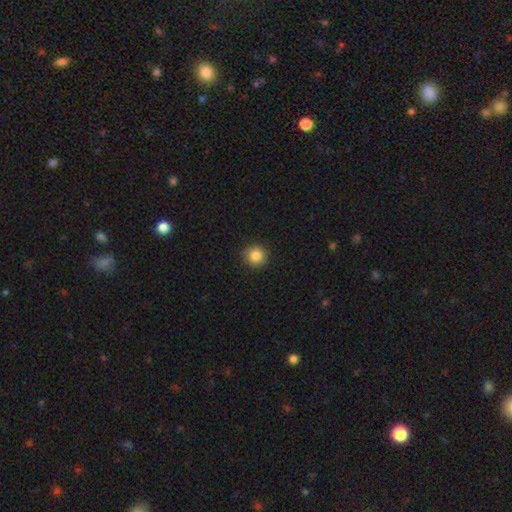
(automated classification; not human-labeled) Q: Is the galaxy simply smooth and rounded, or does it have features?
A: smooth — 85%.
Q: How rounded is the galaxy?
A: round — 93%.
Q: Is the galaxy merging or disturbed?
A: none — 89%.